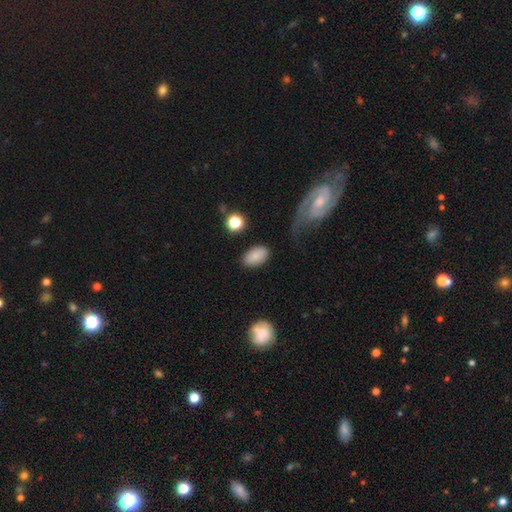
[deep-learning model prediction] smooth-or-featured: smooth: 84% | featured or disk: 8% | star or artifact: 8%
  how-rounded: in between: 92% | round: 6% | cigar-shaped: 2%
  merging: none: 81% | minor disturbance: 12% | major disturbance: 4% | merger: 3%